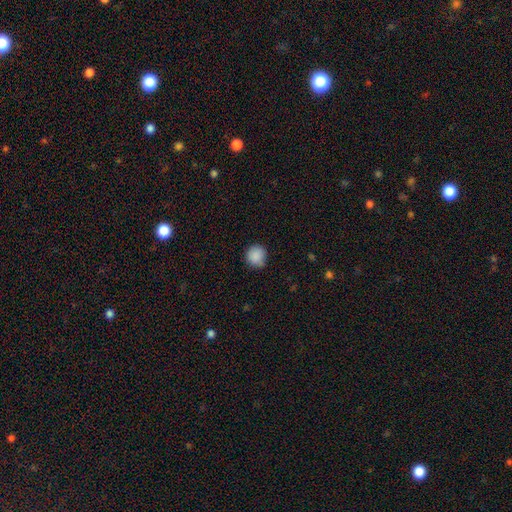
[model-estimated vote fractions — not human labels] smooth_or_featured: smooth (p=0.88) [alt: star or artifact p=0.09]
how_rounded: round (p=0.89) [alt: in between p=0.10]
merging: none (p=0.75) [alt: minor disturbance p=0.21]